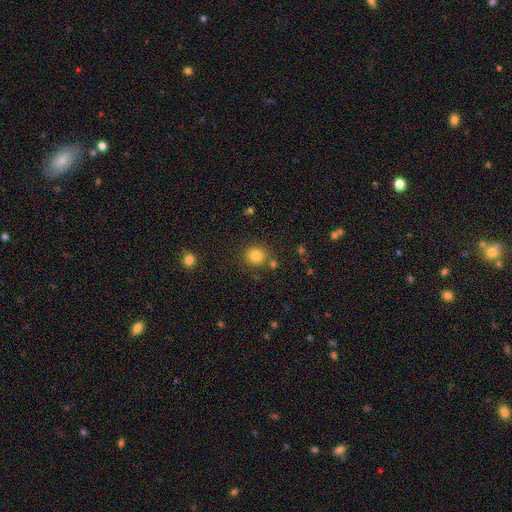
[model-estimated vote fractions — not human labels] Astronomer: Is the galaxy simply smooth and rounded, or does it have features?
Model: smooth — 84%.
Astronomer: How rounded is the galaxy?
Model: round — 86%.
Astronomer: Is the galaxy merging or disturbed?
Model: none — 82%.